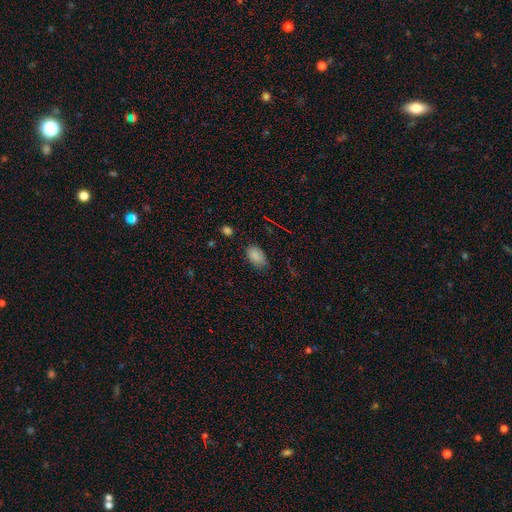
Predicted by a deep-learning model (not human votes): The model was most divided on "merging": none: 71%, minor disturbance: 23%, major disturbance: 5%, merger: 2%. More confident: how rounded — in between (90%); smooth or featured — smooth (83%).